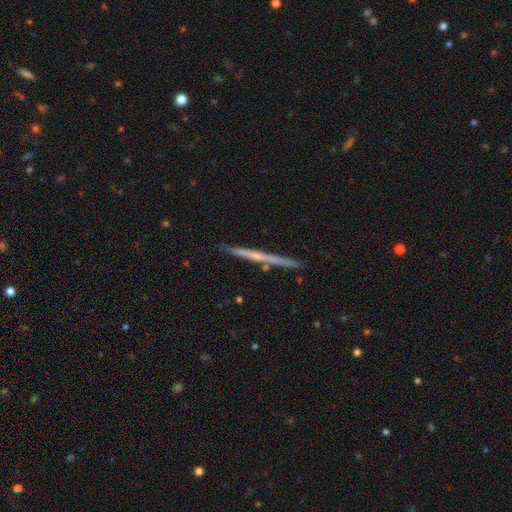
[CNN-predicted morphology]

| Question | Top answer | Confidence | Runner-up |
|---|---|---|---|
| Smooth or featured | featured or disk | 62% | smooth (32%) |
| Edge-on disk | yes | 98% | no (2%) |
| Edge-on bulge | none | 72% | rounded (23%) |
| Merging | none | 86% | minor disturbance (8%) |